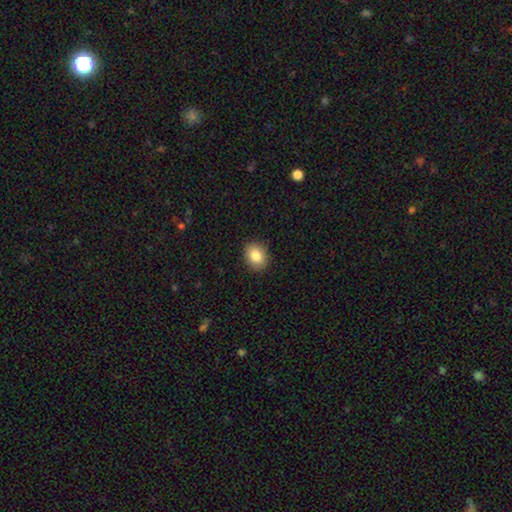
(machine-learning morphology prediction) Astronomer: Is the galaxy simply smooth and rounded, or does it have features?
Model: smooth — 85%.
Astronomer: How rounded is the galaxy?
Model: in between — 54% (runner-up: round, 45%).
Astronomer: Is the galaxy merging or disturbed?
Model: none — 89%.